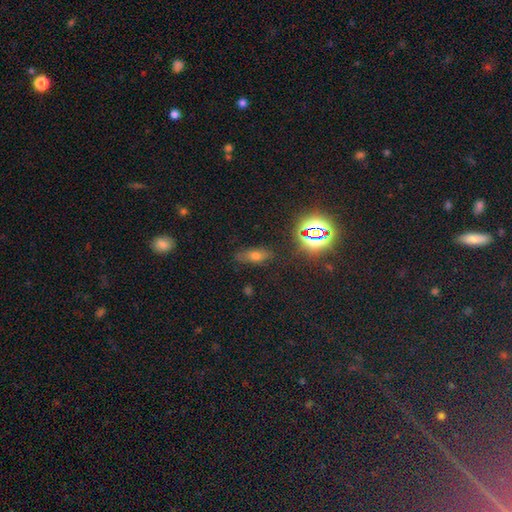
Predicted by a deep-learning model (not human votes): Smooth or featured? Predicted: smooth (p=0.57). How rounded? Predicted: in between (p=0.69). Merging? Predicted: none (p=0.78).